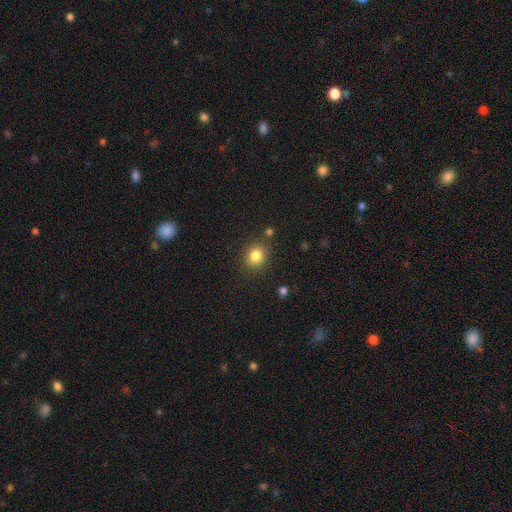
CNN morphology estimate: type=smooth (82%); roundness=round (69%); merging=none (85%).